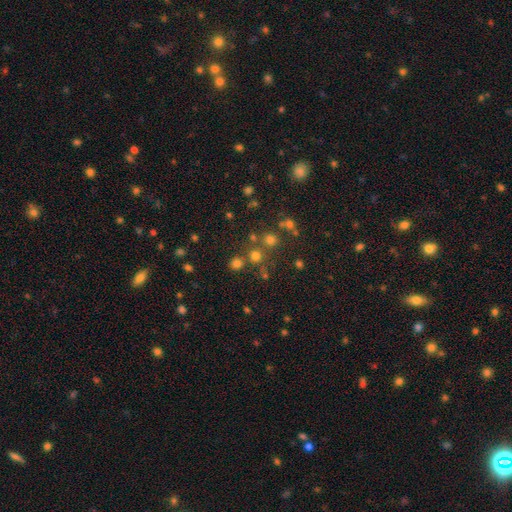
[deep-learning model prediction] smooth_or_featured: smooth (p=0.58) [alt: star or artifact p=0.34]
how_rounded: round (p=0.91) [alt: in between p=0.08]
merging: none (p=0.73) [alt: merger p=0.16]